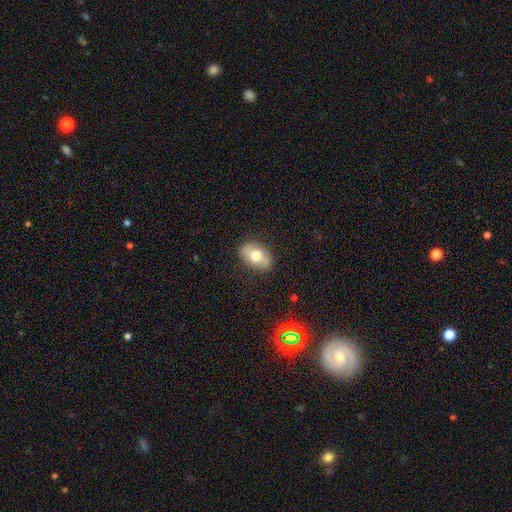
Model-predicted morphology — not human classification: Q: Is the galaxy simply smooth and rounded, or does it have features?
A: smooth — 67%.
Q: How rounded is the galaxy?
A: in between — 83%.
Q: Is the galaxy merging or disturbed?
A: none — 83%.